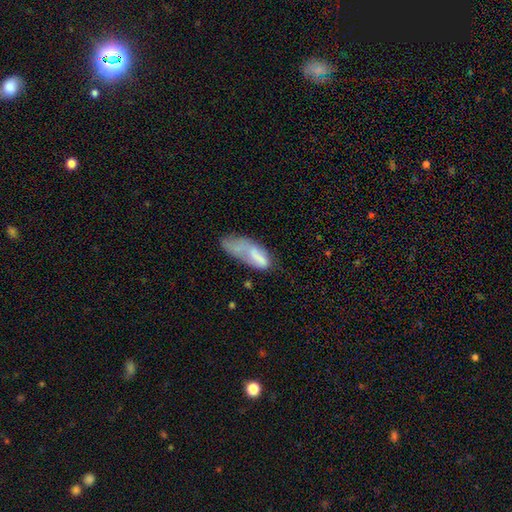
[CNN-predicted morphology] This appears to be a smooth galaxy with no disk features (65%) that is in between round and cigar-shaped (73%). Merging: major disturbance (35%).